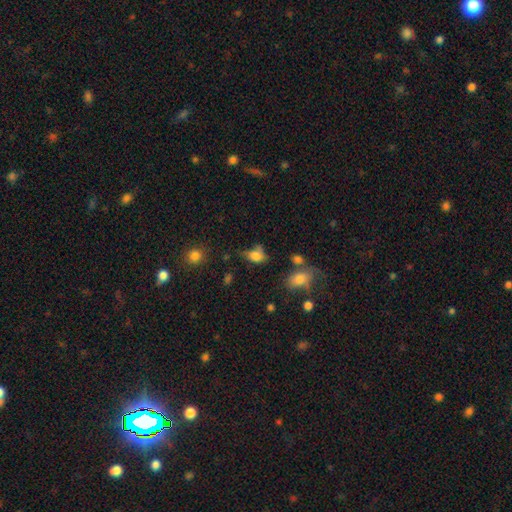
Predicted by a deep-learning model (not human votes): Morphology: type=smooth (75%); roundness=in between (72%); merging=none (37%).